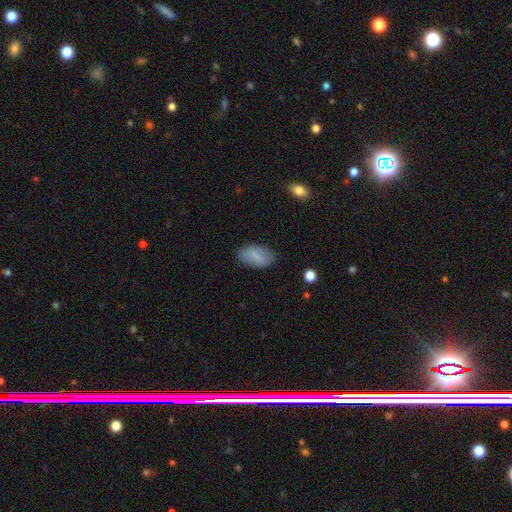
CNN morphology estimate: Overall: smooth (79%). How rounded: in between (93%). Merging: none (79%).